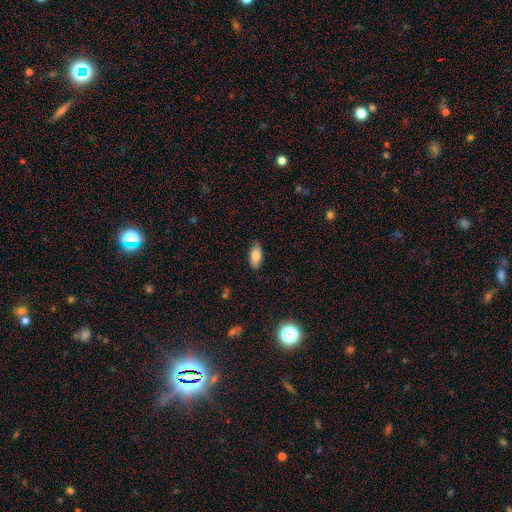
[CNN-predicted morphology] Smooth or featured?
  - smooth: 82% *
  - featured or disk: 11%
  - star or artifact: 7%
How rounded?
  - in between: 87% *
  - cigar-shaped: 10%
  - round: 2%
Merging?
  - none: 85% *
  - minor disturbance: 12%
  - major disturbance: 2%
  - merger: 1%